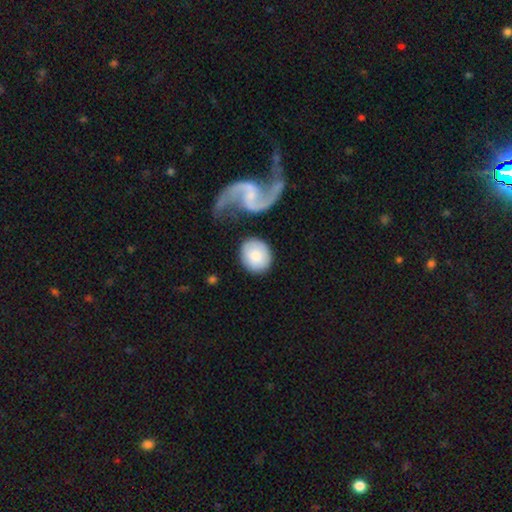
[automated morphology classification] Q: Smooth or featured?
A: smooth (74%); runner-up: featured or disk (20%)
Q: How rounded?
A: round (69%); runner-up: in between (30%)
Q: Merging?
A: none (73%); runner-up: minor disturbance (13%)